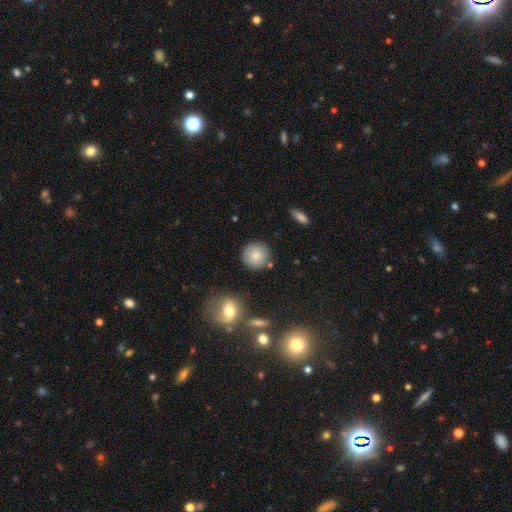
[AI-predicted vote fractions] The model was most divided on "smooth or featured": smooth: 78%, featured or disk: 13%, star or artifact: 9%. More confident: how rounded — round (93%); merging — none (83%).